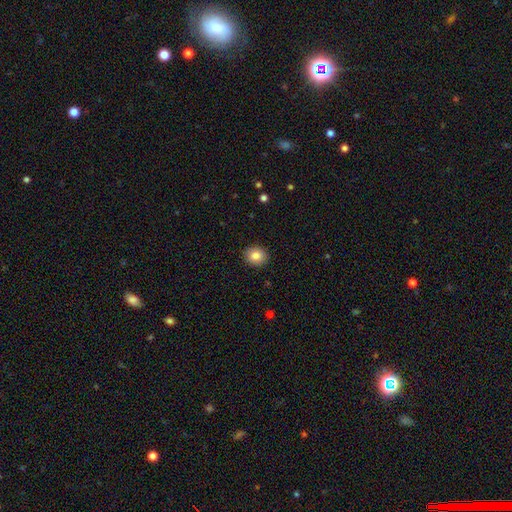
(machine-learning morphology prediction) type=smooth (85%); roundness=round (64%); merging=none (90%).